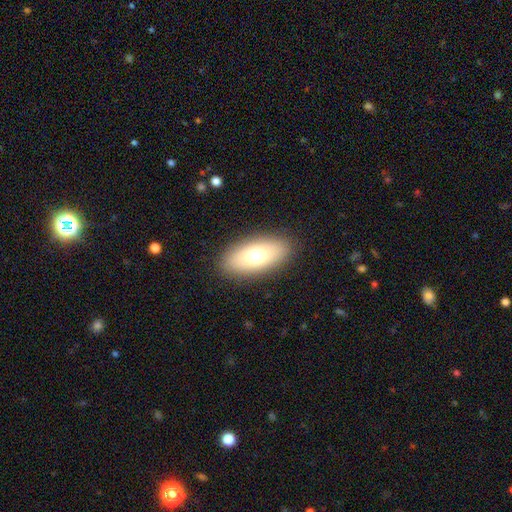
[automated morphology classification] Q: Smooth or featured?
A: smooth (74%); runner-up: featured or disk (19%)
Q: How rounded?
A: in between (88%); runner-up: cigar-shaped (9%)
Q: Merging?
A: none (89%); runner-up: minor disturbance (8%)